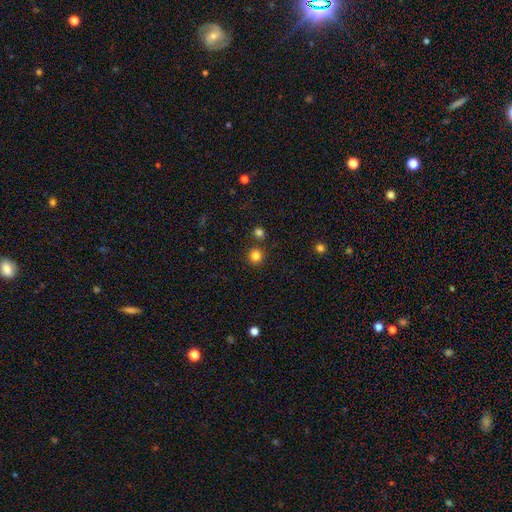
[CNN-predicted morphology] Smooth or featured? Predicted: smooth (p=0.82). How rounded? Predicted: round (p=0.93). Merging? Predicted: none (p=0.85).